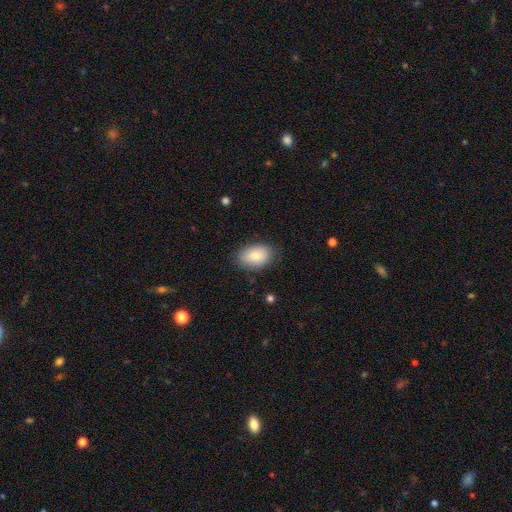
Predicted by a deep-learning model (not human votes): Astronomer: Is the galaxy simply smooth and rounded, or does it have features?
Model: smooth — 79%.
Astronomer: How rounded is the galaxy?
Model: in between — 84%.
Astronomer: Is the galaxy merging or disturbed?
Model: none — 81%.